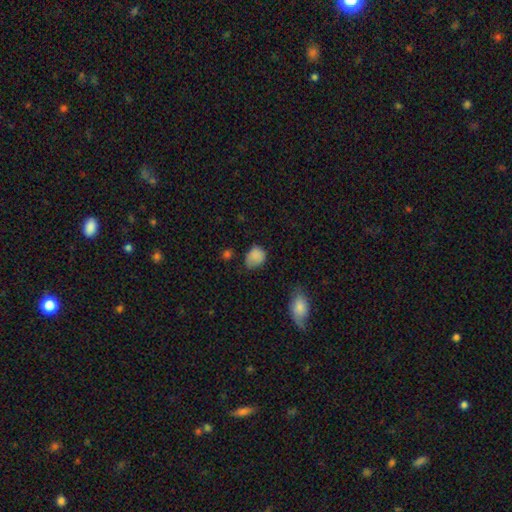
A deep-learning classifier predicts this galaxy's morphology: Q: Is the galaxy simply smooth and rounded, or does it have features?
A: smooth — 83%.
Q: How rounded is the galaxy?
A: in between — 53%.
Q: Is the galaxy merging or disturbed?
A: none — 48%.